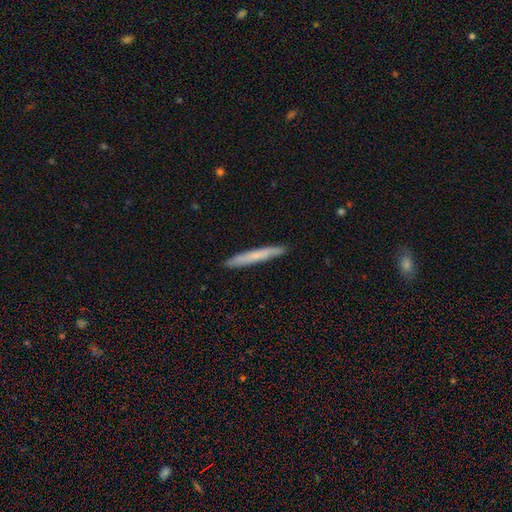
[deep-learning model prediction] Smooth or featured? Predicted: smooth (p=0.63). How rounded? Predicted: cigar-shaped (p=0.97). Merging? Predicted: none (p=0.91).